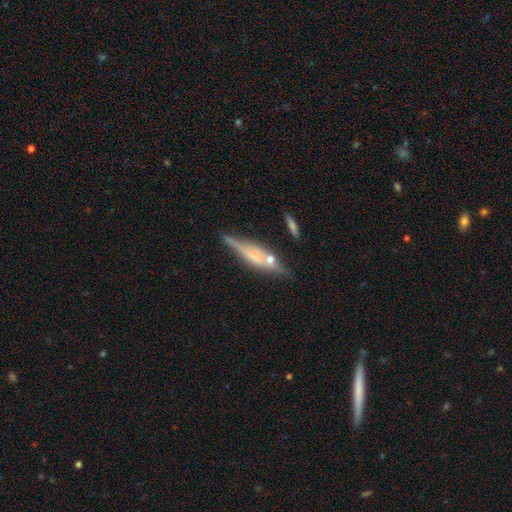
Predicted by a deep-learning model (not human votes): Smooth or featured? Predicted: featured or disk (p=0.63). Edge-on disk? Predicted: yes (p=0.93). Edge-on bulge? Predicted: rounded (p=0.54). Merging? Predicted: none (p=0.64).